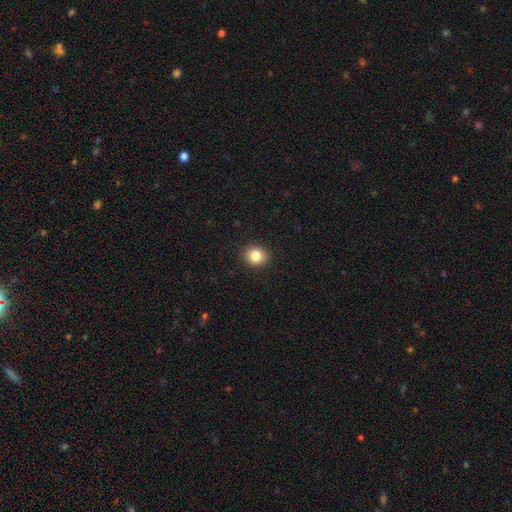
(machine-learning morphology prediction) The model was most divided on "how rounded": round: 82%, in between: 17%, cigar-shaped: 1%. More confident: merging — none (91%); smooth or featured — smooth (83%).